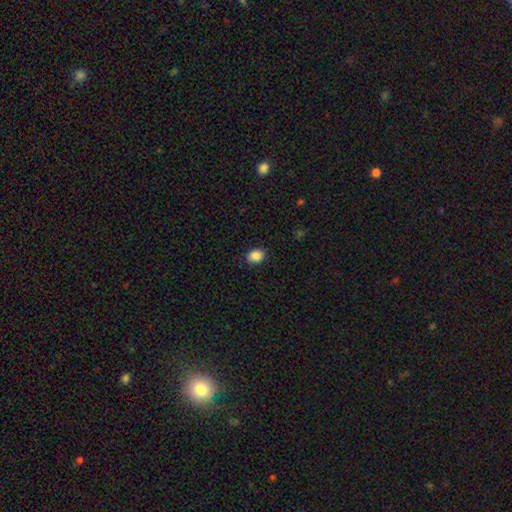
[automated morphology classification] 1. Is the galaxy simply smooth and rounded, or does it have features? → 88% smooth, 9% star or artifact, 3% featured or disk.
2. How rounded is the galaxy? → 63% in between, 36% round, 1% cigar-shaped.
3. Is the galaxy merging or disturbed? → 88% none, 9% minor disturbance, 2% major disturbance, 1% merger.